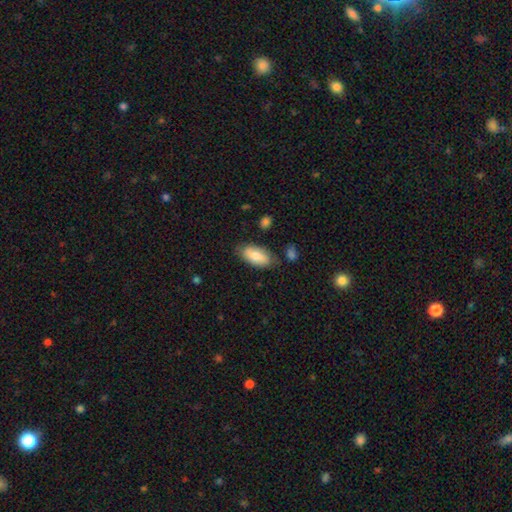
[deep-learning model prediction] smooth-or-featured: smooth: 76% | featured or disk: 18% | star or artifact: 6%
  how-rounded: in between: 92% | cigar-shaped: 5% | round: 3%
  merging: none: 76% | minor disturbance: 17% | merger: 3% | major disturbance: 3%